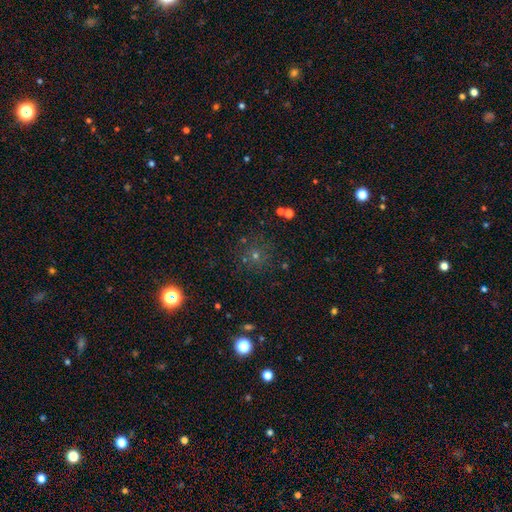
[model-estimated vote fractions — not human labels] A smooth galaxy with no disk features (45%). Merging: none (84%).